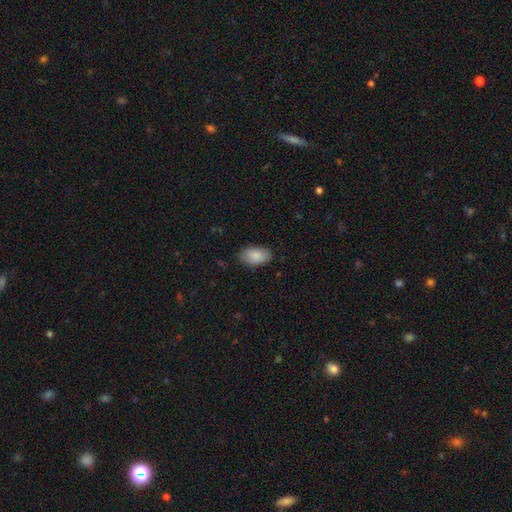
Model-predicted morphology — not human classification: type=smooth (88%); roundness=in between (94%); merging=none (84%).